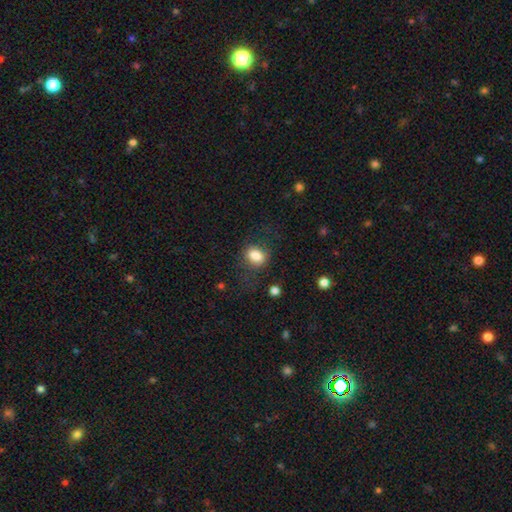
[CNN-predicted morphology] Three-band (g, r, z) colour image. It shows a smooth galaxy with no disk features (84%) that is in between round and cigar-shaped (62%). Merging: none (70%).